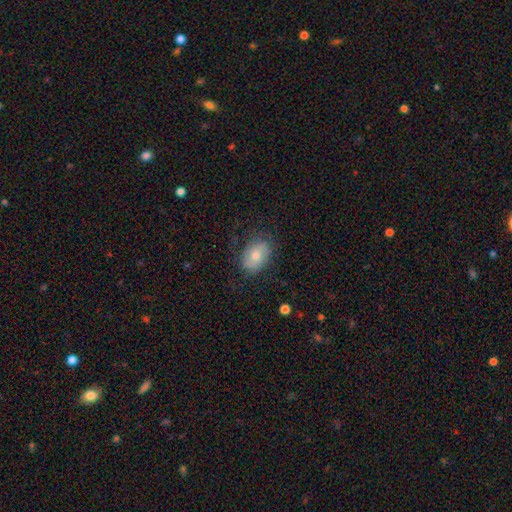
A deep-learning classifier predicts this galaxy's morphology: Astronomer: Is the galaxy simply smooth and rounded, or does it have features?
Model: smooth — 69%.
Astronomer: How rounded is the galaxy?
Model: in between — 84%.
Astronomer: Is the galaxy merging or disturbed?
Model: none — 72%.